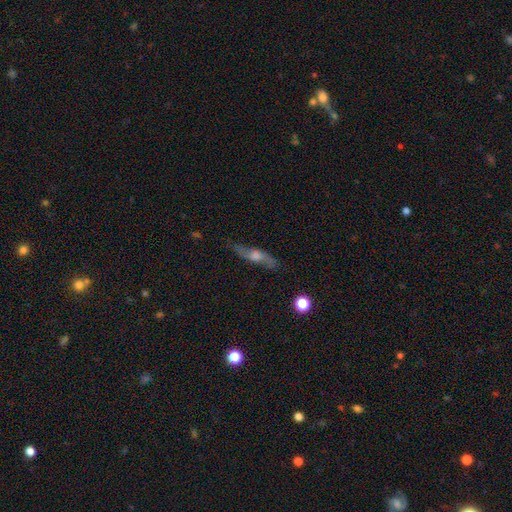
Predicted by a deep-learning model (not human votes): Smooth or featured?
  - featured or disk: 69% *
  - smooth: 22%
  - star or artifact: 8%
Edge-on disk?
  - yes: 59% *
  - no: 41%
Merging?
  - none: 81% *
  - minor disturbance: 13%
  - major disturbance: 4%
  - merger: 2%